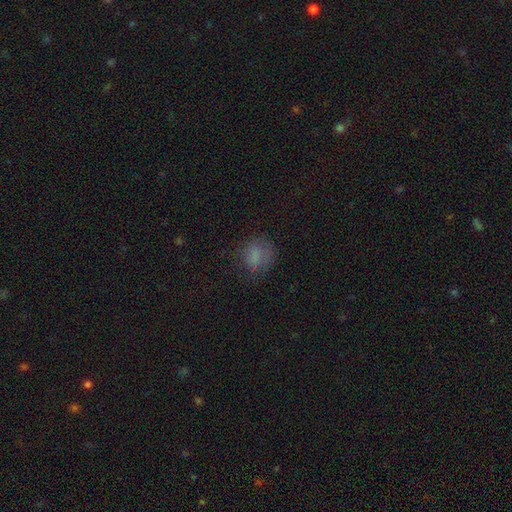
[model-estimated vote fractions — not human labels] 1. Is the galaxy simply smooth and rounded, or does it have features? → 72% smooth, 14% star or artifact, 13% featured or disk.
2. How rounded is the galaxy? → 61% round, 38% in between, 1% cigar-shaped.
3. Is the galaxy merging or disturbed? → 62% none, 22% minor disturbance, 14% major disturbance, 2% merger.